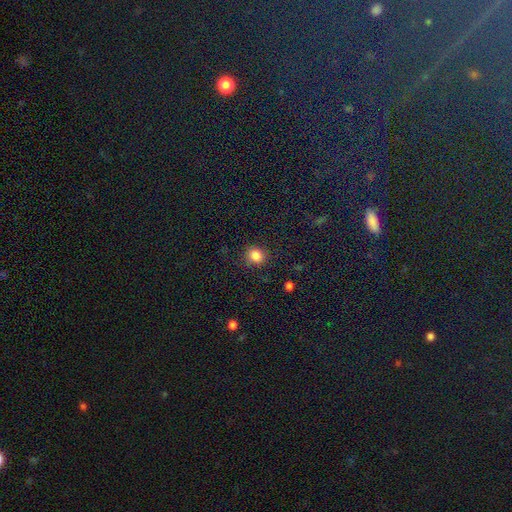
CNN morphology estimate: type=smooth (85%); roundness=round (80%); merging=none (84%).